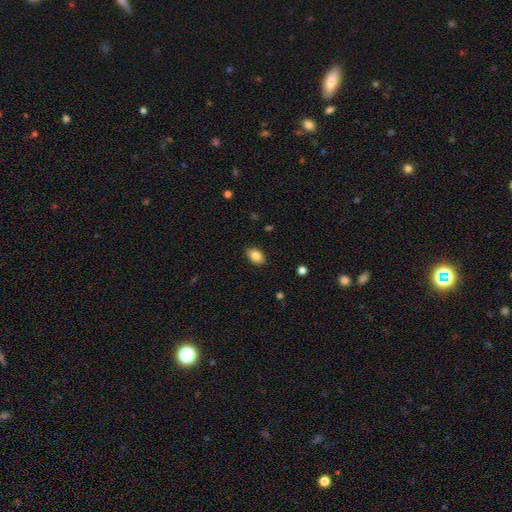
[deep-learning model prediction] A smooth galaxy with no disk features (85%) that is in between round and cigar-shaped (89%). Merging: none (88%).